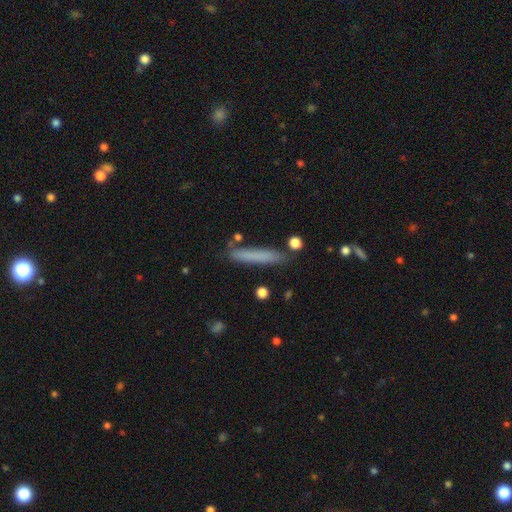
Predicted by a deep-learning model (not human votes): smooth_or_featured: smooth (p=0.74) [alt: featured or disk p=0.18]
how_rounded: cigar-shaped (p=0.93) [alt: in between p=0.05]
merging: none (p=0.81) [alt: minor disturbance p=0.12]